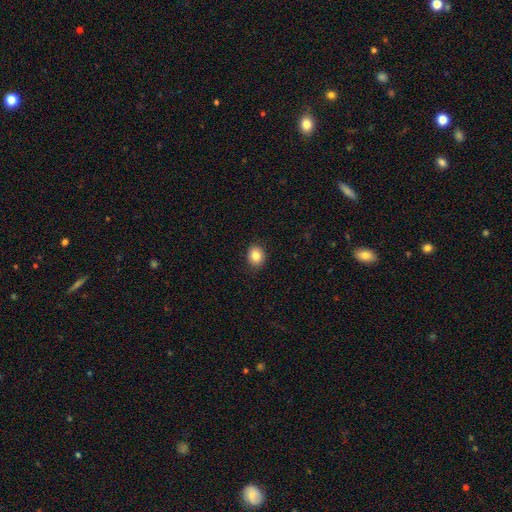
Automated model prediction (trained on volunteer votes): Smooth or featured? smooth (83%)
How rounded? round (68%)
Merging? none (90%)